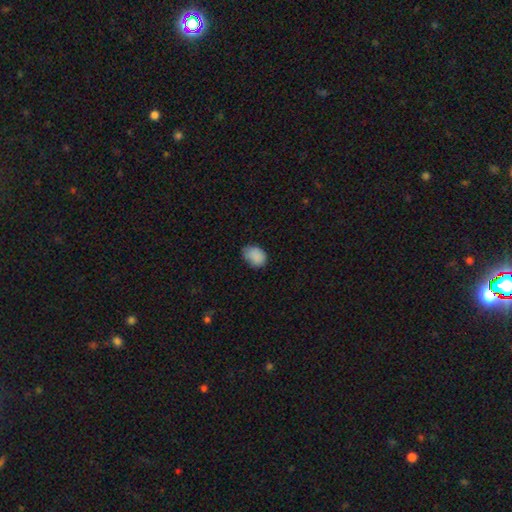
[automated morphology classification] Q: Smooth or featured?
A: smooth (86%); runner-up: star or artifact (8%)
Q: How rounded?
A: in between (73%); runner-up: round (27%)
Q: Merging?
A: none (60%); runner-up: minor disturbance (32%)